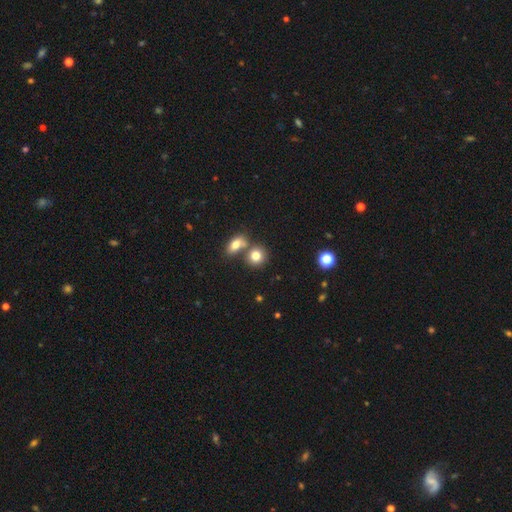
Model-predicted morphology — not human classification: This is likely a smooth galaxy (79%). How rounded: likely round (75%). Merging: possibly none (53%).